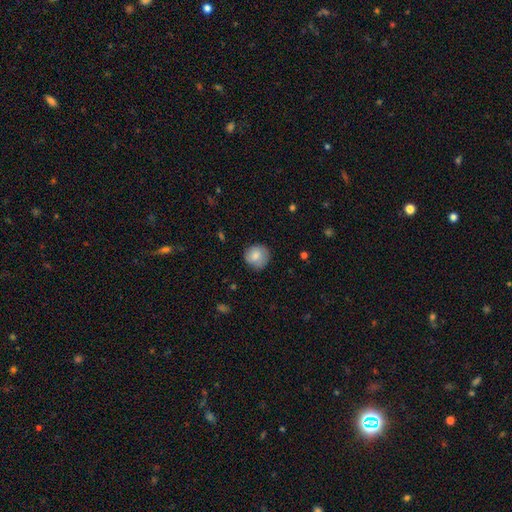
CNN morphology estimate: The model was most divided on "merging": none: 79%, minor disturbance: 17%, major disturbance: 3%, merger: 1%. More confident: how rounded — round (90%); smooth or featured — smooth (81%).